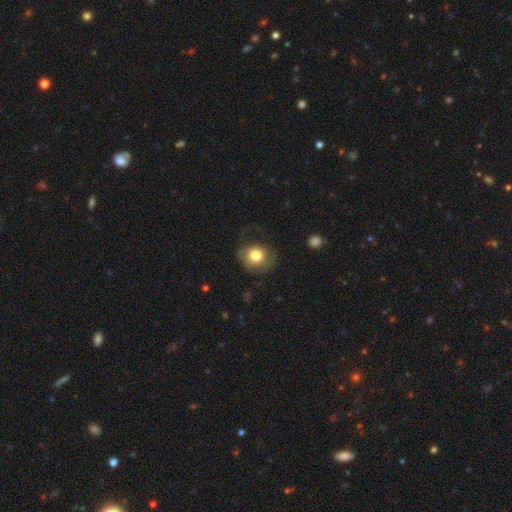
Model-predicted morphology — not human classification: This appears to be a smooth galaxy with no disk features (76%) that is round (73%). Merging: none (56%).